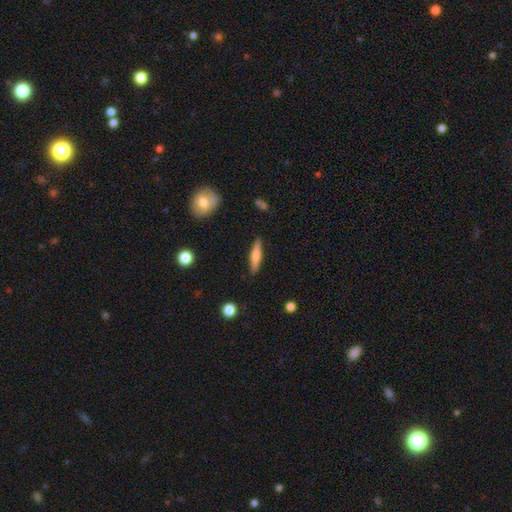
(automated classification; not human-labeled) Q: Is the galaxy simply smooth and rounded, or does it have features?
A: smooth — 54%.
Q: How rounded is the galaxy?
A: cigar-shaped — 85%.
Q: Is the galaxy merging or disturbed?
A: none — 89%.